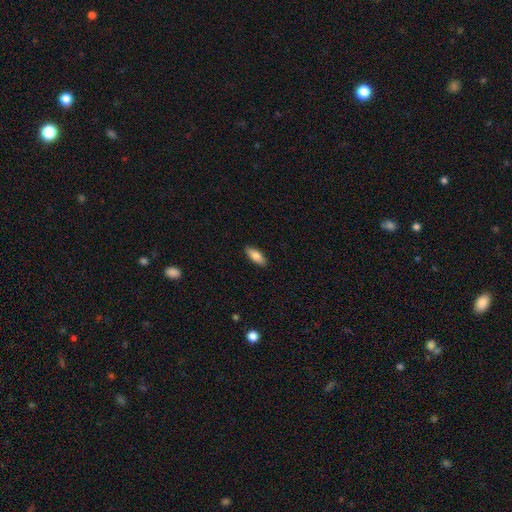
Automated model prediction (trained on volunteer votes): Smooth or featured: smooth — 79% (featured or disk — 15%)
How rounded: in between — 72% (cigar-shaped — 26%)
Merging: none — 89% (minor disturbance — 8%)